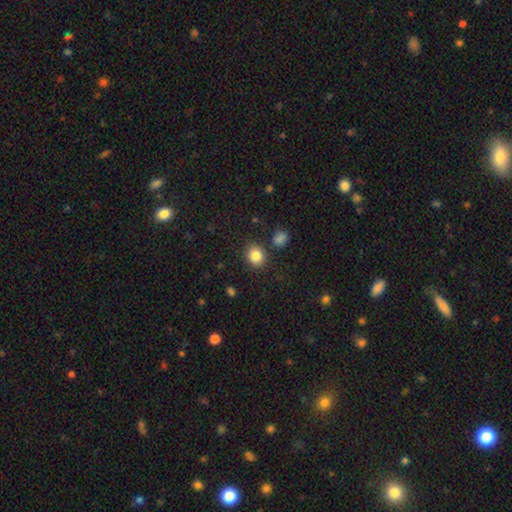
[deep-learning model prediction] Smooth or featured? smooth (85%)
How rounded? round (64%)
Merging? none (85%)